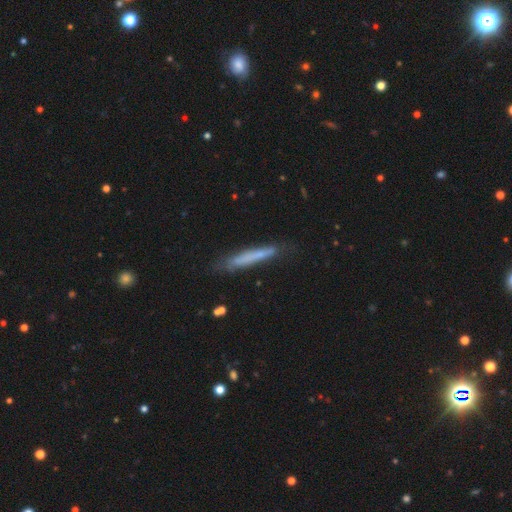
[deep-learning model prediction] Overall: smooth (59%; featured or disk 34%). How rounded: cigar-shaped (95%). Merging: none (76%).